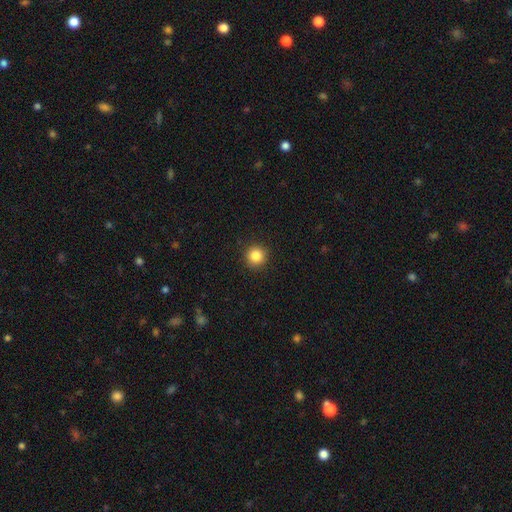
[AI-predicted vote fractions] This appears to be a smooth galaxy with no disk features (85%) that is round (95%). Merging: none (92%).